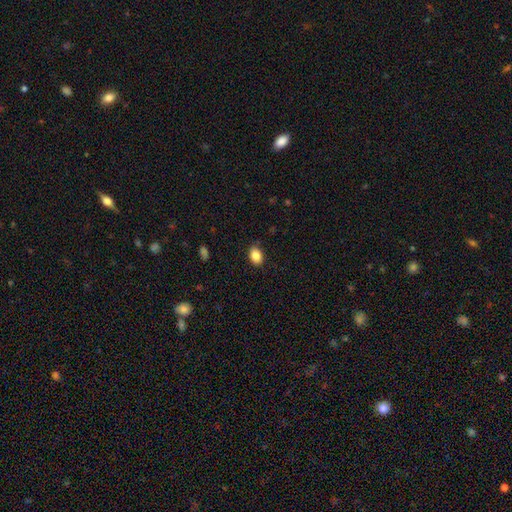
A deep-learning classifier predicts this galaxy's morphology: This is clearly a smooth galaxy (87%). How rounded: likely in between (78%). Merging: clearly none (85%).